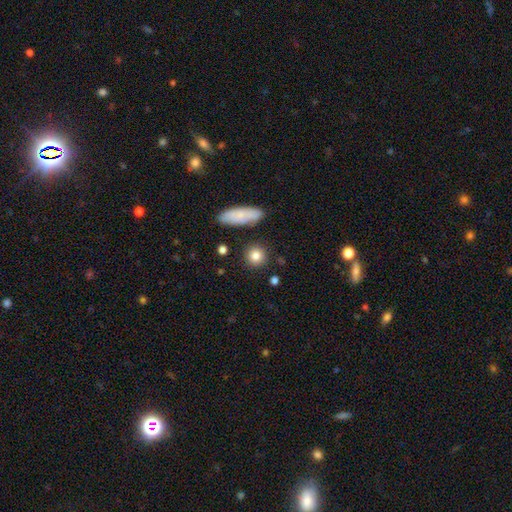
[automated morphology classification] smooth_or_featured: smooth (p=0.84) [alt: star or artifact p=0.09]
how_rounded: round (p=0.87) [alt: in between p=0.11]
merging: none (p=0.86) [alt: minor disturbance p=0.08]